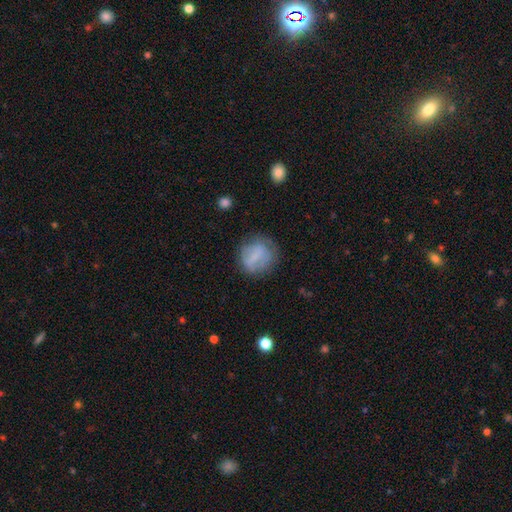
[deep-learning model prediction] Morphology: type=smooth (62%); roundness=round (72%); merging=none (64%).